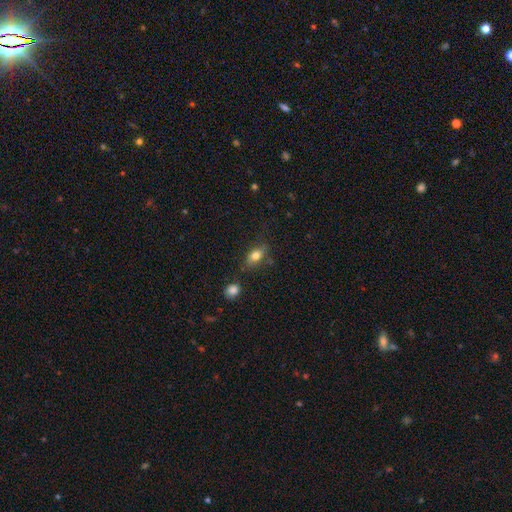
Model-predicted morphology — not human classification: smooth-or-featured: smooth: 77% | featured or disk: 14% | star or artifact: 9%
  how-rounded: in between: 82% | round: 11% | cigar-shaped: 8%
  merging: none: 71% | minor disturbance: 18% | merger: 5% | major disturbance: 5%